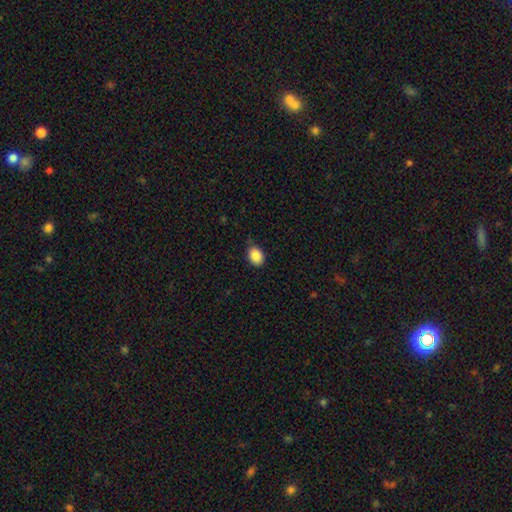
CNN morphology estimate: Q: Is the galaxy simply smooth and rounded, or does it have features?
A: smooth — 87%.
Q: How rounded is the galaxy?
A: in between — 70%.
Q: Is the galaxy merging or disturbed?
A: none — 77%.